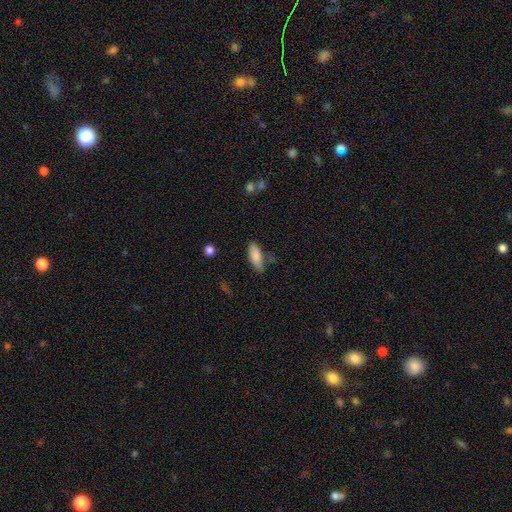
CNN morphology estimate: Overall: smooth (83%). How rounded: in between (73%). Merging: none (63%; minor disturbance 25%).